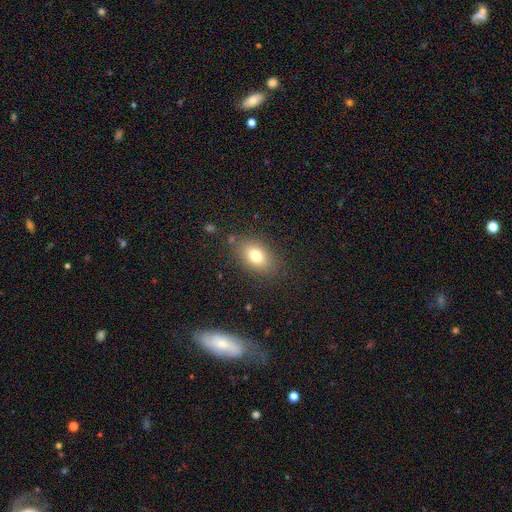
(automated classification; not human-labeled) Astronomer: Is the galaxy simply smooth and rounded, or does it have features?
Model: smooth — 76%.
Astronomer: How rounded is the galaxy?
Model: in between — 82%.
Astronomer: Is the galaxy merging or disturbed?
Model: none — 82%.